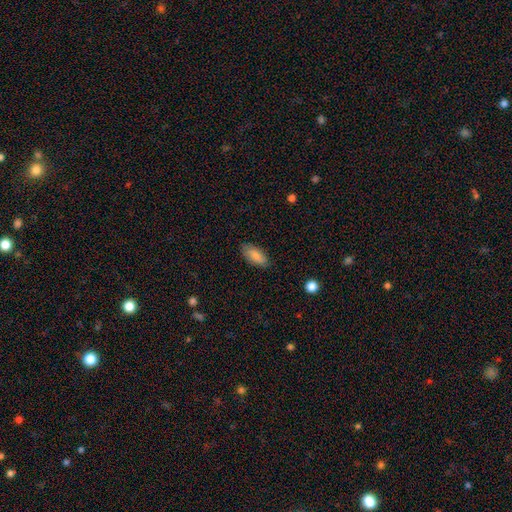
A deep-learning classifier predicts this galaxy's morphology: Smooth or featured: smooth — 82% (featured or disk — 12%)
How rounded: in between — 88% (cigar-shaped — 9%)
Merging: none — 83% (minor disturbance — 14%)